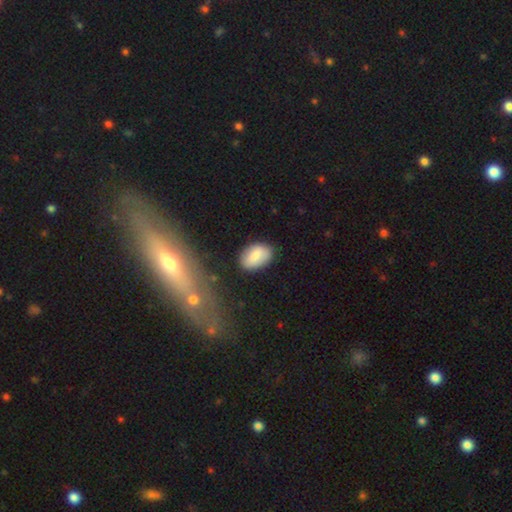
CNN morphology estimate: Smooth or featured: smooth — 81% (featured or disk — 12%)
How rounded: in between — 90% (round — 8%)
Merging: none — 79% (minor disturbance — 15%)